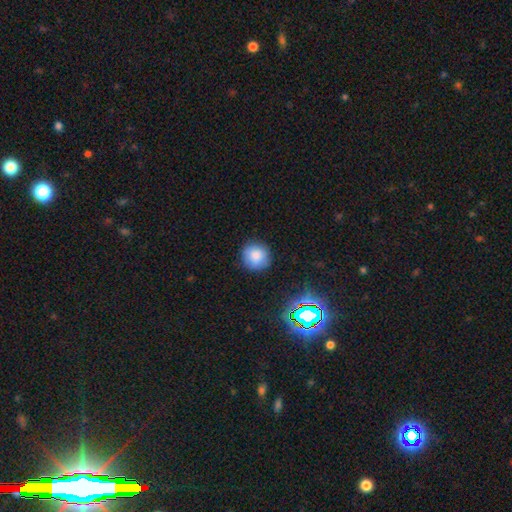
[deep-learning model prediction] Smooth or featured: smooth — 80% (star or artifact — 12%)
How rounded: round — 93% (in between — 6%)
Merging: none — 86% (minor disturbance — 11%)